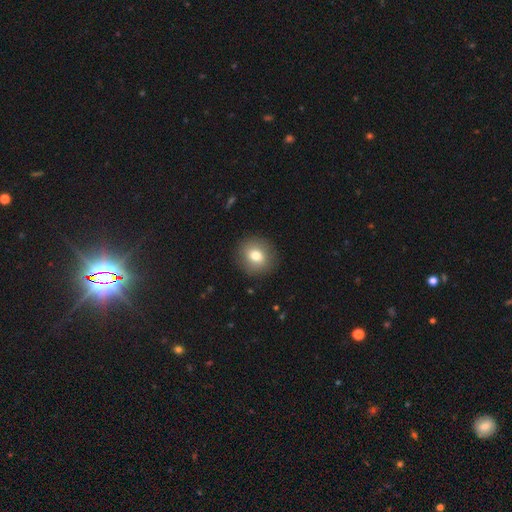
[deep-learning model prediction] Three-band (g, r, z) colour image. It shows a smooth galaxy with no disk features (76%) that is round (86%). Merging: none (89%).